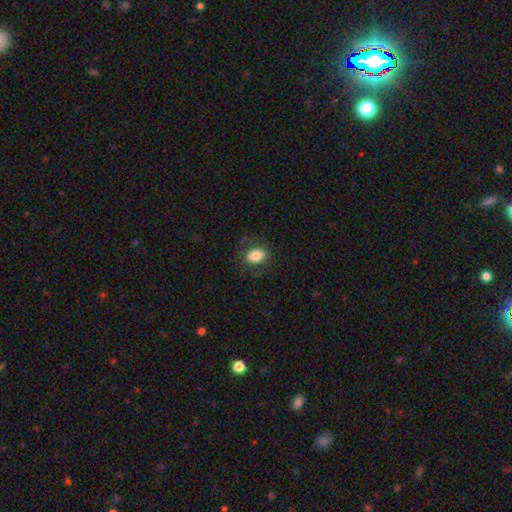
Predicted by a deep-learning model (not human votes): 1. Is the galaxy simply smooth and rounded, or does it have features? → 81% smooth, 10% featured or disk, 9% star or artifact.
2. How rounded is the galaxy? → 66% in between, 33% round, 1% cigar-shaped.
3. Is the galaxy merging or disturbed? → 79% none, 13% minor disturbance, 7% major disturbance, 1% merger.